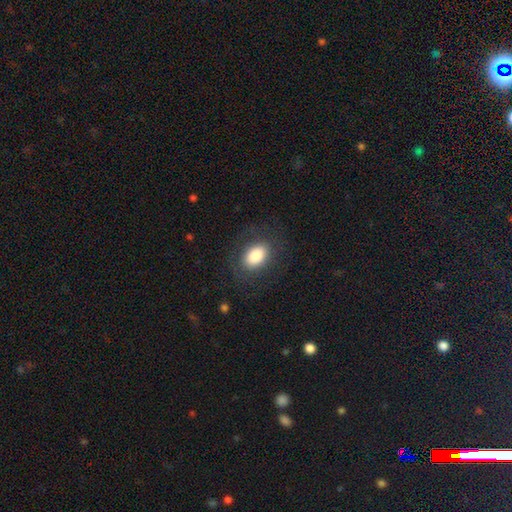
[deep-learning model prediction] Smooth or featured: smooth — 81% (featured or disk — 11%)
How rounded: in between — 83% (round — 16%)
Merging: none — 80% (minor disturbance — 12%)